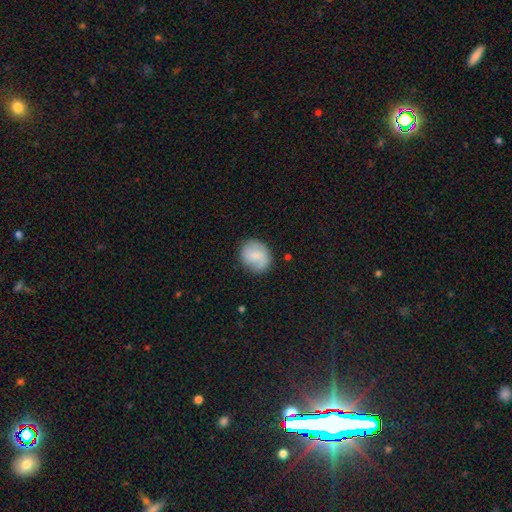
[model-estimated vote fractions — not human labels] This appears to be a smooth galaxy with no disk features (68%) that is round (69%). Merging: none (77%).